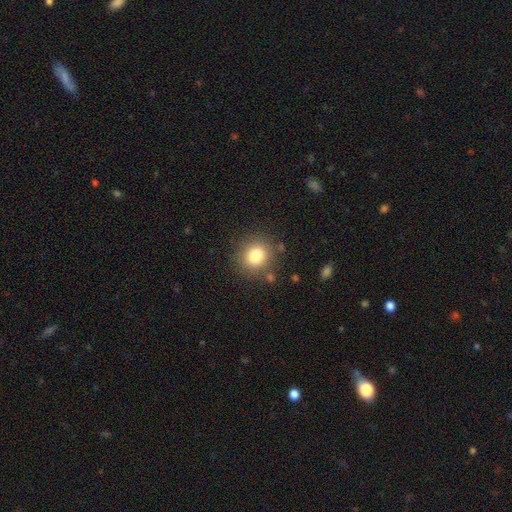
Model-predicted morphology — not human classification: Smooth or featured? smooth (81%)
How rounded? round (86%)
Merging? none (84%)